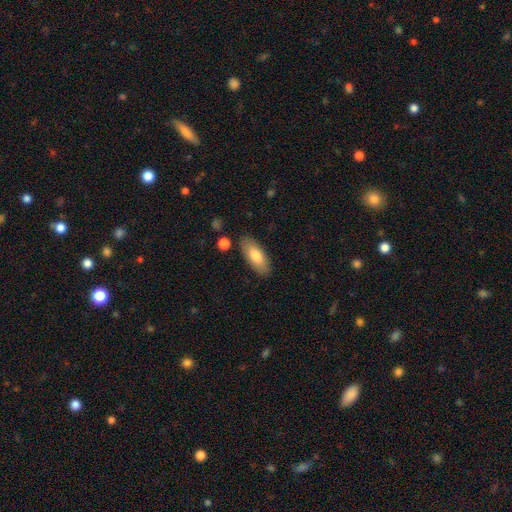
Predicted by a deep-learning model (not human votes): A smooth galaxy with no disk features (77%) that is in between round and cigar-shaped (81%). Merging: none (85%).